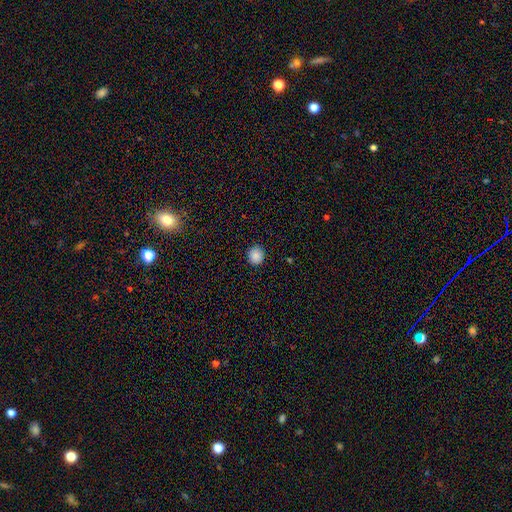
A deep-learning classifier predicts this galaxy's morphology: smooth-or-featured: smooth: 88% | star or artifact: 9% | featured or disk: 2%
  how-rounded: round: 88% | in between: 11% | cigar-shaped: 1%
  merging: none: 92% | minor disturbance: 5% | major disturbance: 2% | merger: 1%